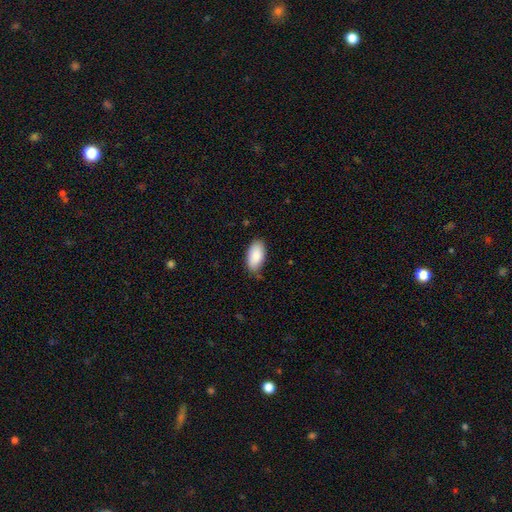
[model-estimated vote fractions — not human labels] Q: Smooth or featured?
A: smooth (87%); runner-up: featured or disk (7%)
Q: How rounded?
A: in between (95%); runner-up: cigar-shaped (3%)
Q: Merging?
A: none (77%); runner-up: minor disturbance (19%)